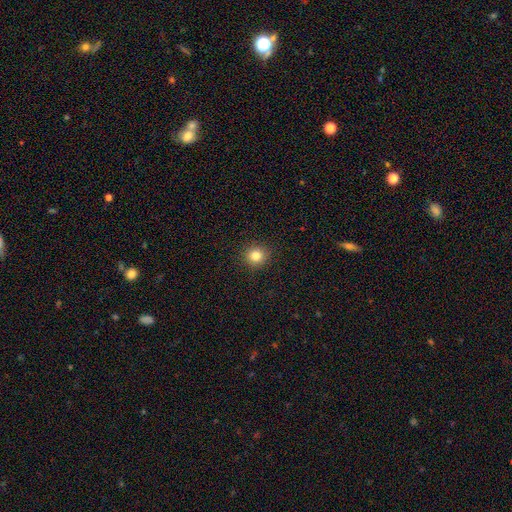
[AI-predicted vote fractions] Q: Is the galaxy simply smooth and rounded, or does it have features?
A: smooth — 82%.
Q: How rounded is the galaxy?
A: round — 91%.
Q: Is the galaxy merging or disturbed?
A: none — 92%.